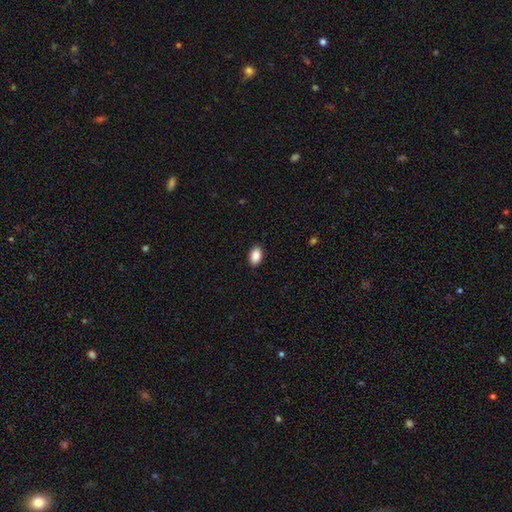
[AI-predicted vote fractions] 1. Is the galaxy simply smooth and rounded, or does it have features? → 90% smooth, 7% star or artifact, 3% featured or disk.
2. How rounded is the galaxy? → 90% in between, 9% round, 1% cigar-shaped.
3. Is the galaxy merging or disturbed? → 90% none, 8% minor disturbance, 2% major disturbance, 1% merger.